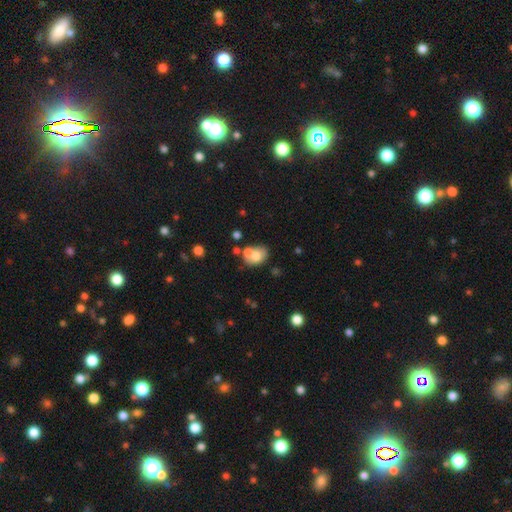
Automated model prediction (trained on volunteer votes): A smooth galaxy with no disk features (66%) that is in between round and cigar-shaped (60%). Merging: merger (39%, tied with none).